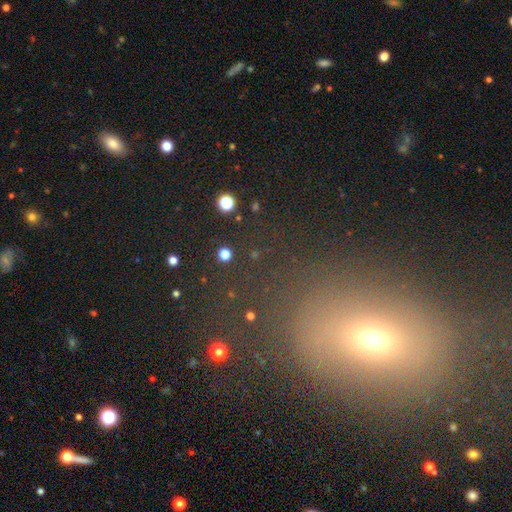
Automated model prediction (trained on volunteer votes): smooth-or-featured: smooth: 44% | star or artifact: 41% | featured or disk: 16%
  merging: none: 74% | minor disturbance: 12% | major disturbance: 9% | merger: 6%